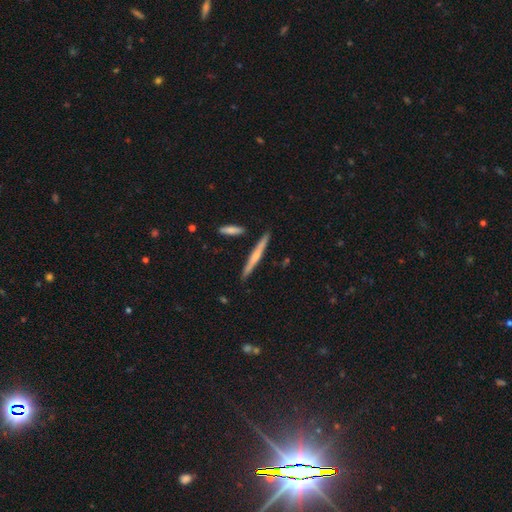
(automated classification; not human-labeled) This is possibly a featured or disk galaxy (54%). It is clearly viewed edge-on (97%). Edge-on bulge: possibly rounded (55%). Merging: clearly none (88%).